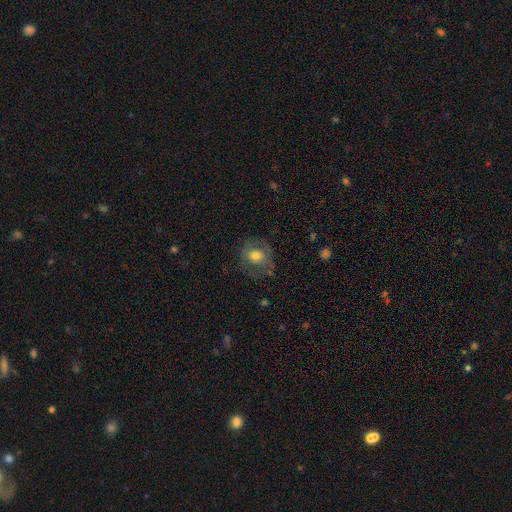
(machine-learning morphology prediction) A smooth galaxy with no disk features (60%) that is round (73%).

Vote fractions:
- Smooth or featured? smooth: 60% / featured or disk: 31% / star or artifact: 9%
- How rounded? round: 73% / in between: 26% / cigar-shaped: 1%
- Merging? none: 68% / minor disturbance: 18% / major disturbance: 12% / merger: 2%